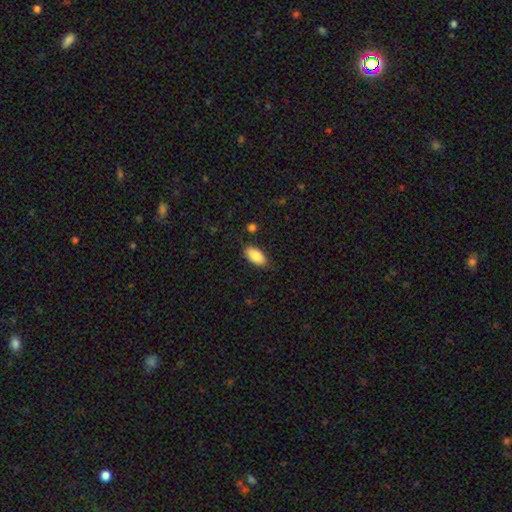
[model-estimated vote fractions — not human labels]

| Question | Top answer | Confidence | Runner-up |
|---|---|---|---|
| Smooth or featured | smooth | 87% | star or artifact (7%) |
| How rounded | in between | 92% | cigar-shaped (5%) |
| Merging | none | 80% | minor disturbance (15%) |